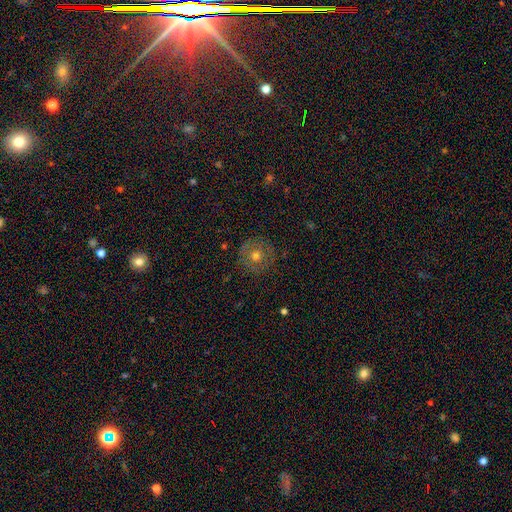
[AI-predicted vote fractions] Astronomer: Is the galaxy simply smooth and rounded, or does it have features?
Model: smooth — 50% (runner-up: featured or disk, 39%).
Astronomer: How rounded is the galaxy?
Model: round — 94%.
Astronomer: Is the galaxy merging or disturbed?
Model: none — 85%.